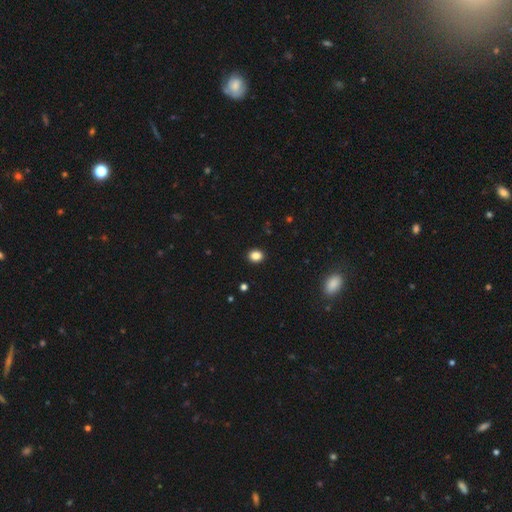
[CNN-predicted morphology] Q: Smooth or featured?
A: smooth (85%); runner-up: star or artifact (11%)
Q: How rounded?
A: round (60%); runner-up: in between (39%)
Q: Merging?
A: none (92%); runner-up: minor disturbance (6%)